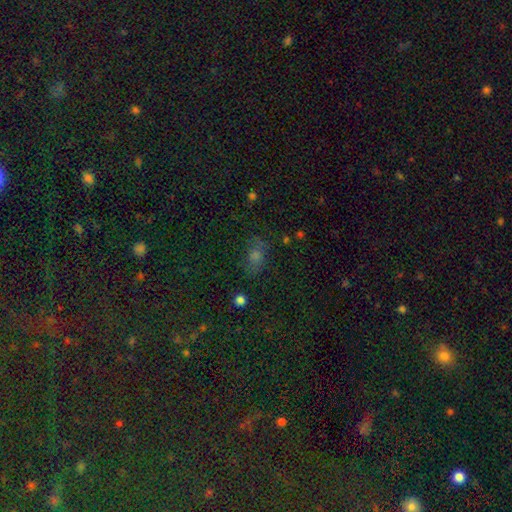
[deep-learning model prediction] A smooth galaxy with no disk features (51%) that is in between round and cigar-shaped (71%).

Vote fractions:
- Smooth or featured? smooth: 51% / star or artifact: 33% / featured or disk: 16%
- How rounded? in between: 71% / round: 24% / cigar-shaped: 5%
- Merging? none: 72% / minor disturbance: 19% / major disturbance: 7% / merger: 3%